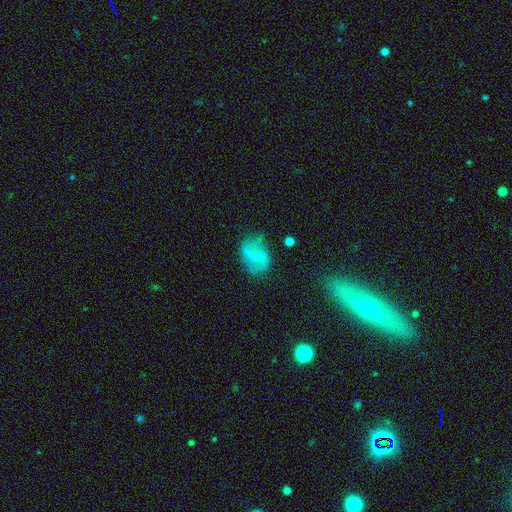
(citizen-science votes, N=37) featured or disk 62%, smooth 30%, star or artifact 8%. Down the decision tree: edge-on disk — no (100%); bar — weak (39%, tied with no); spiral arms — yes (83%); spiral arm count — 2 (95%); spiral winding — loose (42%); bulge size — none (57%); merging — none (59%).